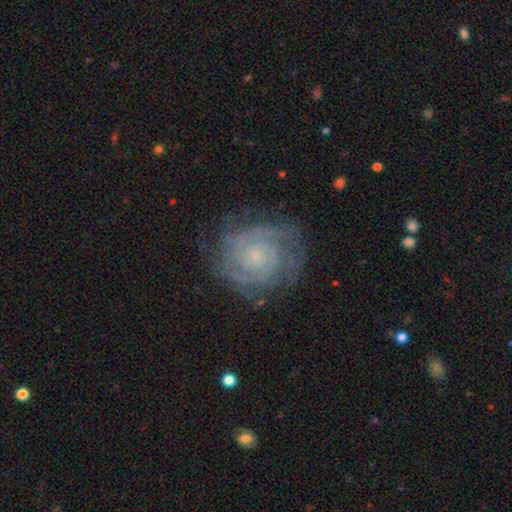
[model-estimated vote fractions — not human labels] Smooth or featured? featured or disk (82%)
Edge-on disk? no (98%)
Bar? no (75%)
Spiral arms? yes (95%)
Spiral winding? tight (73%)
Spiral arm count? 2 (34%)
Bulge size? small (72%)
Merging? none (75%)